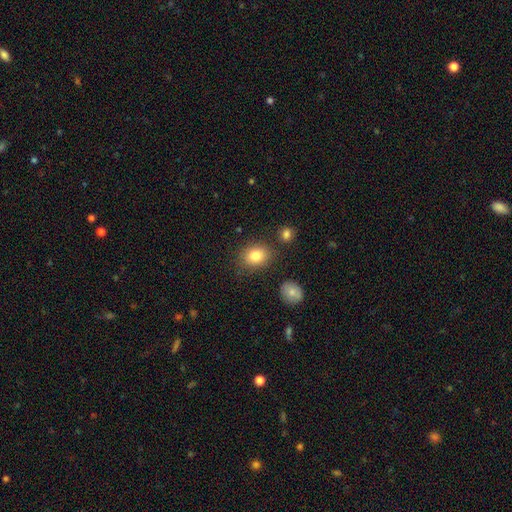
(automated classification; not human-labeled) Smooth or featured?
  - smooth: 82% *
  - star or artifact: 10%
  - featured or disk: 8%
How rounded?
  - in between: 52% *
  - round: 47%
  - cigar-shaped: 1%
Merging?
  - none: 80% *
  - minor disturbance: 12%
  - merger: 4%
  - major disturbance: 4%